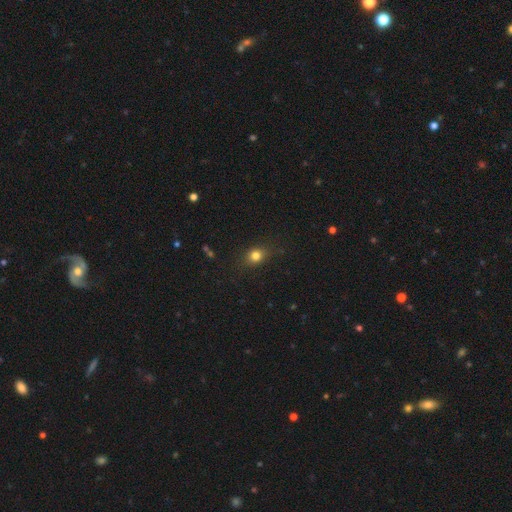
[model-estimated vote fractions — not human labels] Smooth or featured?
  - smooth: 80% *
  - star or artifact: 13%
  - featured or disk: 8%
How rounded?
  - round: 60% *
  - in between: 38%
  - cigar-shaped: 2%
Merging?
  - none: 83% *
  - minor disturbance: 12%
  - major disturbance: 4%
  - merger: 1%